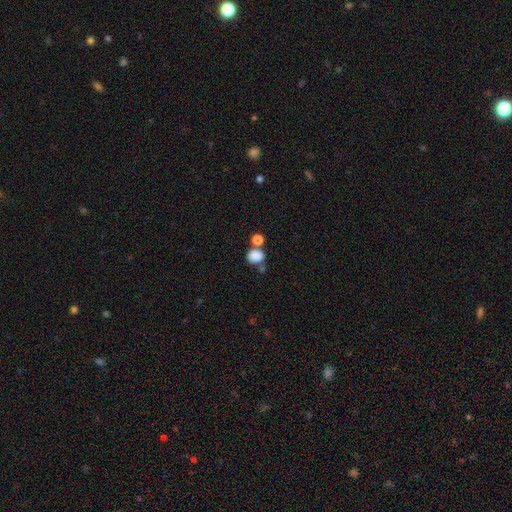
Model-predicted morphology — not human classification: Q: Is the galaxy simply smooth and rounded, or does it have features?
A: smooth — 84%.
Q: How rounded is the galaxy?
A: round — 60%.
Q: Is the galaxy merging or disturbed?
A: none — 54%.